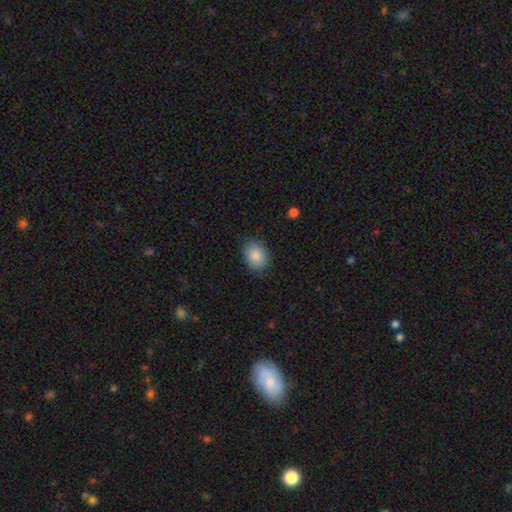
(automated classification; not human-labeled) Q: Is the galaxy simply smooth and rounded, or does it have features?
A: smooth — 88%.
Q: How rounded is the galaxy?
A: in between — 63%.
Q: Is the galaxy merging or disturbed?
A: none — 86%.